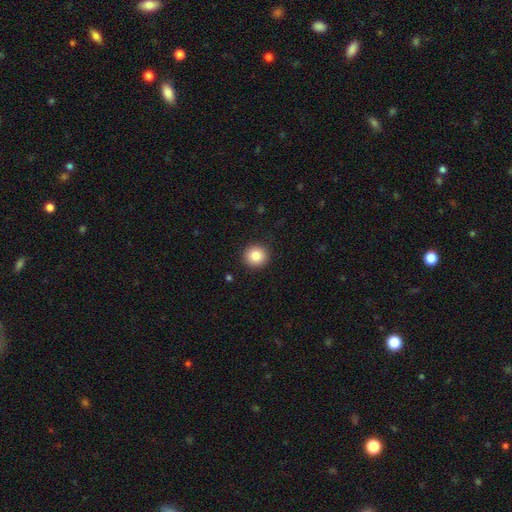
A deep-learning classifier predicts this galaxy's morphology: smooth-or-featured: smooth: 85% | star or artifact: 9% | featured or disk: 6%
  how-rounded: round: 93% | in between: 6% | cigar-shaped: 1%
  merging: none: 92% | minor disturbance: 6% | major disturbance: 2% | merger: 1%